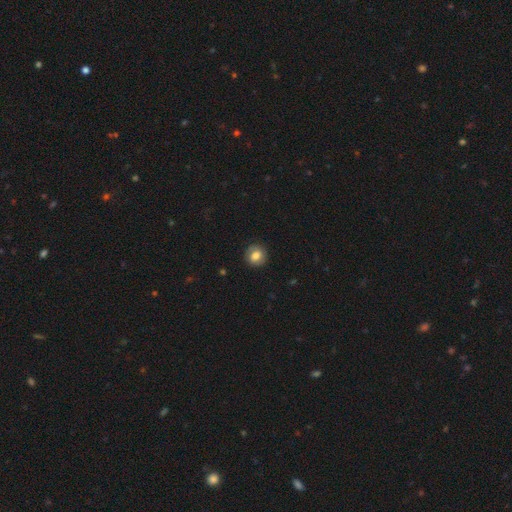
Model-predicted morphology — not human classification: smooth-or-featured: smooth: 73% | featured or disk: 19% | star or artifact: 9%
  how-rounded: round: 83% | in between: 16% | cigar-shaped: 1%
  merging: none: 86% | minor disturbance: 10% | major disturbance: 3% | merger: 1%